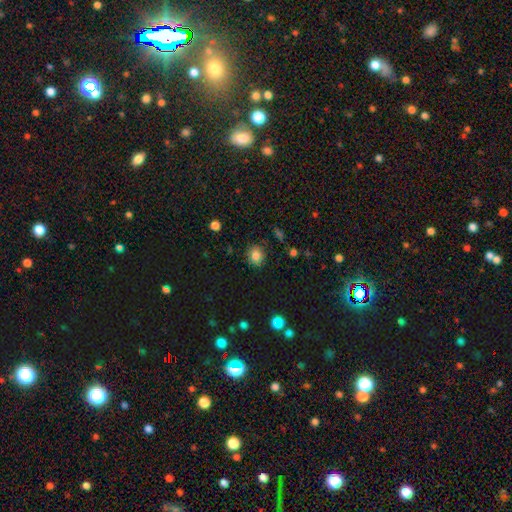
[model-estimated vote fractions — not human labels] This is clearly a smooth galaxy (81%). How rounded: likely round (76%). Merging: clearly none (86%).